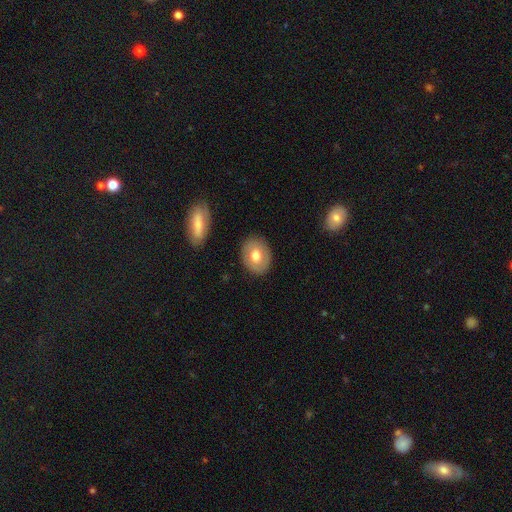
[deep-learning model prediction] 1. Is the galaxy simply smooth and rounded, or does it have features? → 66% smooth, 27% featured or disk, 7% star or artifact.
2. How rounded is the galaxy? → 56% in between, 43% round, 1% cigar-shaped.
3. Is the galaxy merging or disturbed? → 87% none, 9% minor disturbance, 3% major disturbance, 2% merger.